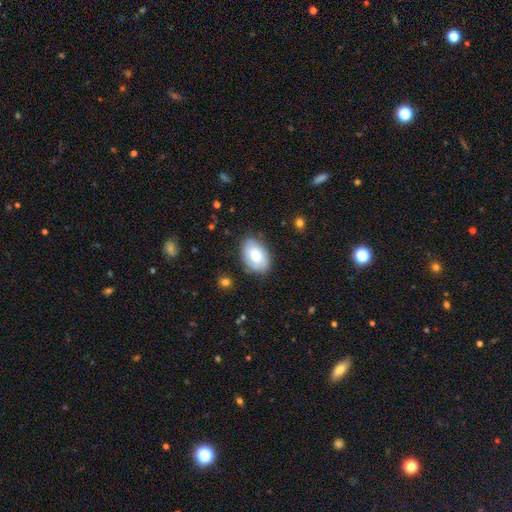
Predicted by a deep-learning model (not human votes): Smooth or featured: smooth — 73% (featured or disk — 20%)
How rounded: in between — 89% (round — 10%)
Merging: none — 76% (minor disturbance — 18%)